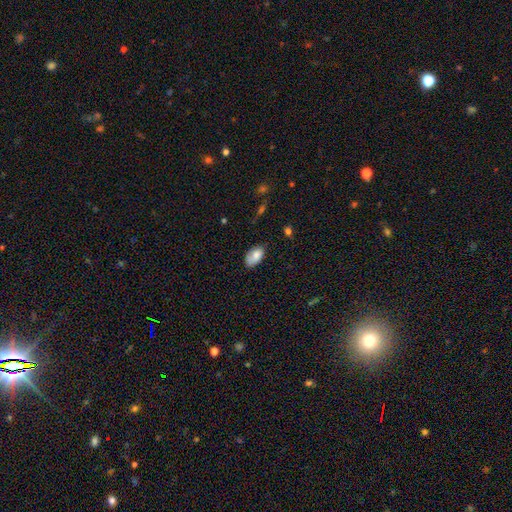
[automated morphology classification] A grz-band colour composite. It shows a smooth galaxy with no disk features (81%) that is in between round and cigar-shaped (94%). Merging: none (63%).